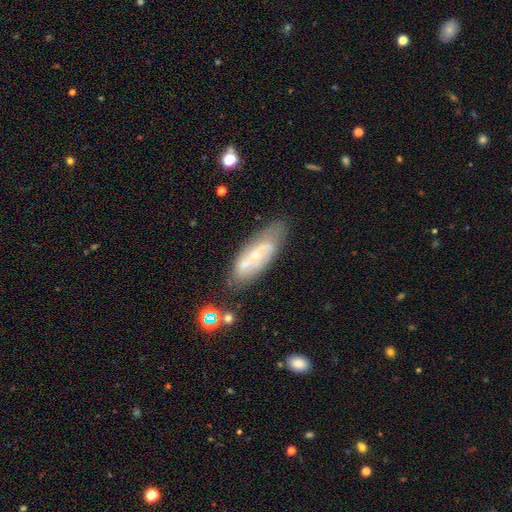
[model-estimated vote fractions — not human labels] A featured or disk galaxy (62%) with no bar (68%), no spiral arms (51%) and a small central bulge (66%). Merging: none (63%).